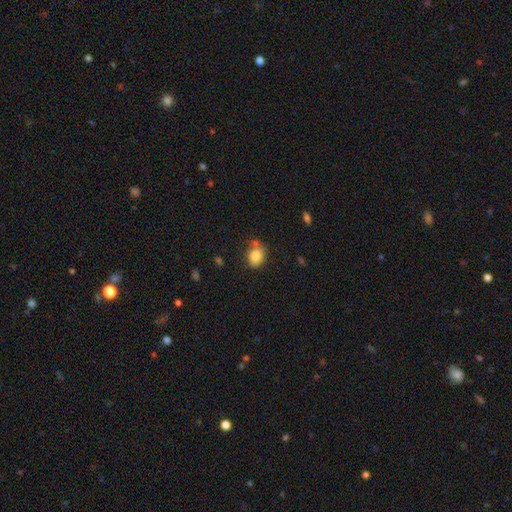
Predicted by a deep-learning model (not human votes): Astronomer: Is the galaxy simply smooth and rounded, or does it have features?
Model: smooth — 83%.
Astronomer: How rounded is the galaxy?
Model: in between — 56% (runner-up: round, 43%).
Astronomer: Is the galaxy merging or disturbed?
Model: none — 64%.